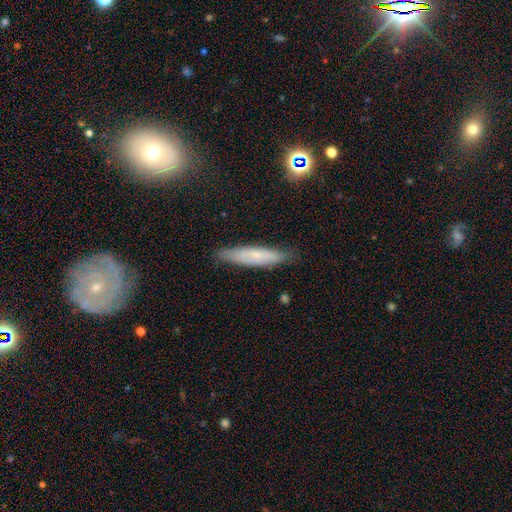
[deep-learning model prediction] Overall: smooth (57%; featured or disk 34%). How rounded: cigar-shaped (81%). Merging: none (82%).